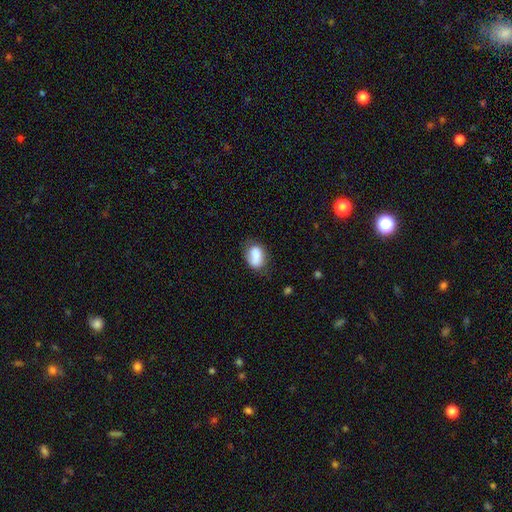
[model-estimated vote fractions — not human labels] smooth_or_featured: smooth (p=0.82) [alt: featured or disk p=0.10]
how_rounded: in between (p=0.76) [alt: round p=0.22]
merging: none (p=0.57) [alt: minor disturbance p=0.29]